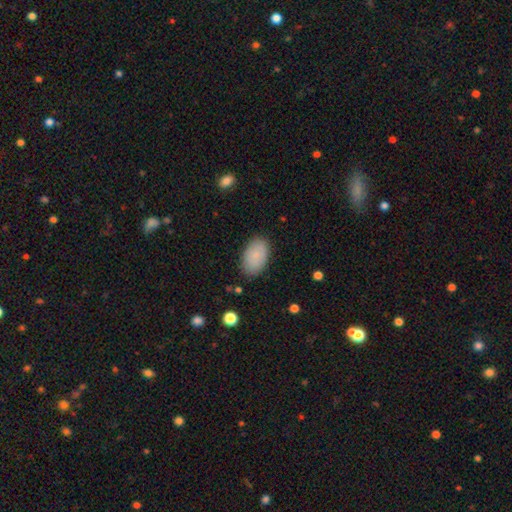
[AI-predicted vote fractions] Smooth or featured? Predicted: smooth (p=0.84). How rounded? Predicted: in between (p=0.93). Merging? Predicted: none (p=0.85).